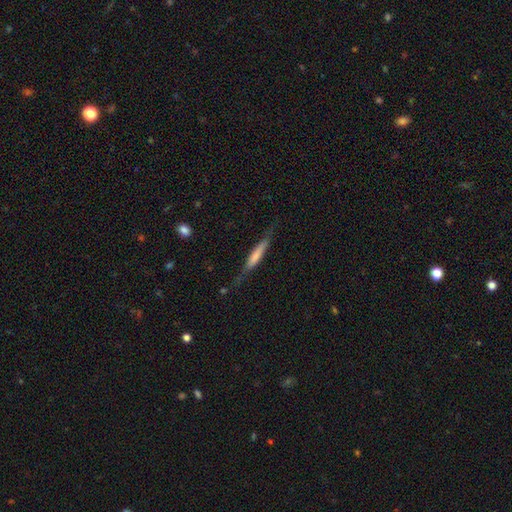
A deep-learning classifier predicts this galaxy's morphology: Smooth or featured?
  - smooth: 55% *
  - featured or disk: 39%
  - star or artifact: 6%
How rounded?
  - cigar-shaped: 90% *
  - in between: 8%
  - round: 2%
Merging?
  - none: 69% *
  - minor disturbance: 21%
  - major disturbance: 8%
  - merger: 2%